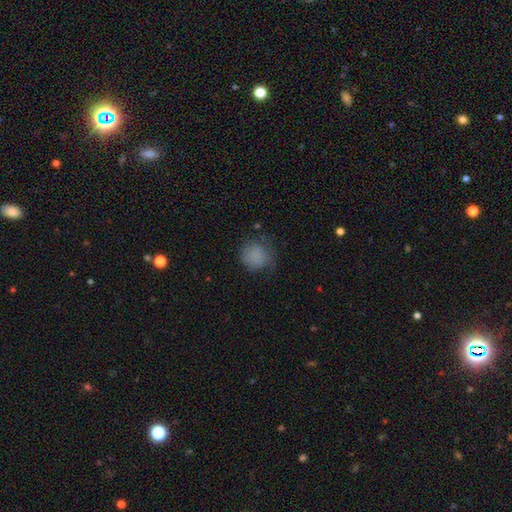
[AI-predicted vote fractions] Q: Smooth or featured?
A: smooth (78%); runner-up: featured or disk (12%)
Q: How rounded?
A: round (83%); runner-up: in between (16%)
Q: Merging?
A: none (57%); runner-up: minor disturbance (26%)